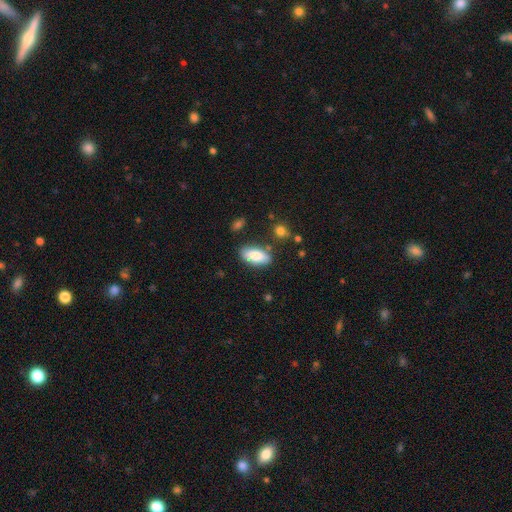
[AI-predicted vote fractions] This appears to be a smooth galaxy with no disk features (82%) that is in between round and cigar-shaped (87%). Merging: none (78%).